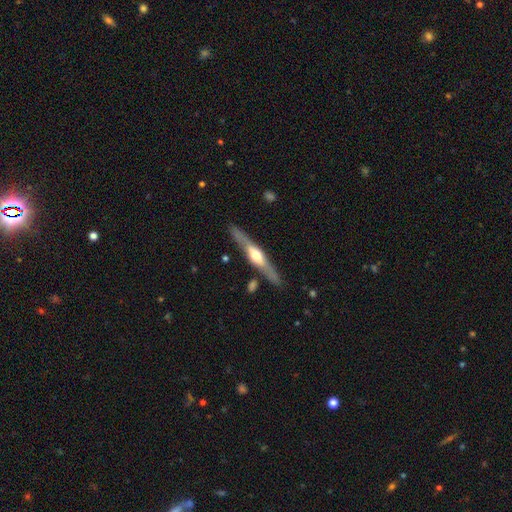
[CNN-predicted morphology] Overall: featured or disk (73%). Edge-on disk: yes (94%). Edge-on bulge: rounded (88%). Merging: none (85%).